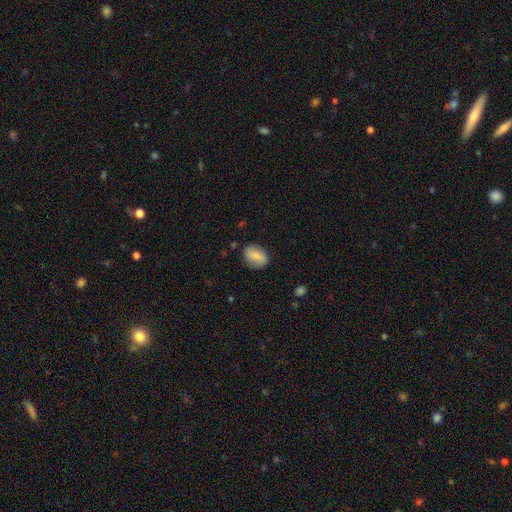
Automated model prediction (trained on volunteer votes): A smooth galaxy with no disk features (80%) that is in between round and cigar-shaped (72%). Merging: none (81%).